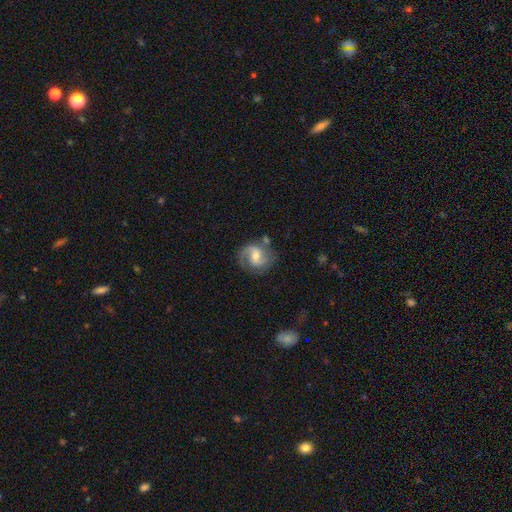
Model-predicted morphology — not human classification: This appears to be a featured or disk galaxy (81%) with a weak bar (46%), 2 (75%) medium (52%) spiral arms (95%) and a moderate central bulge (57%). Merging: none (66%).